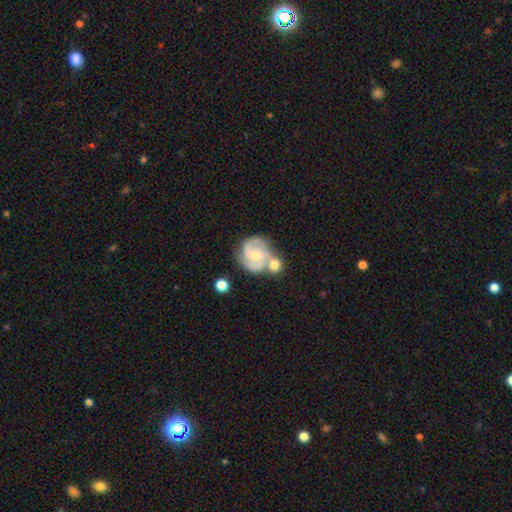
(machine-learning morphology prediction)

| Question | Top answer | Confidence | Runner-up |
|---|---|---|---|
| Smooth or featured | featured or disk | 84% | smooth (11%) |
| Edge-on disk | no | 98% | yes (2%) |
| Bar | no | 65% | weak (30%) |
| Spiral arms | yes | 97% | no (3%) |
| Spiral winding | tight | 48% | medium (45%) |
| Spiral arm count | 3 | 49% | 2 (33%) |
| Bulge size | small | 56% | moderate (38%) |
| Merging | none | 44% | merger (35%) |